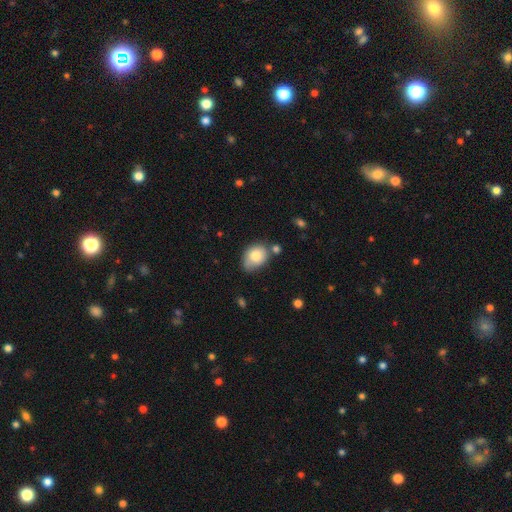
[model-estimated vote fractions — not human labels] Smooth or featured?
  - smooth: 78% *
  - featured or disk: 14%
  - star or artifact: 8%
How rounded?
  - in between: 67% *
  - round: 32%
  - cigar-shaped: 1%
Merging?
  - none: 52% *
  - minor disturbance: 29%
  - merger: 11%
  - major disturbance: 8%